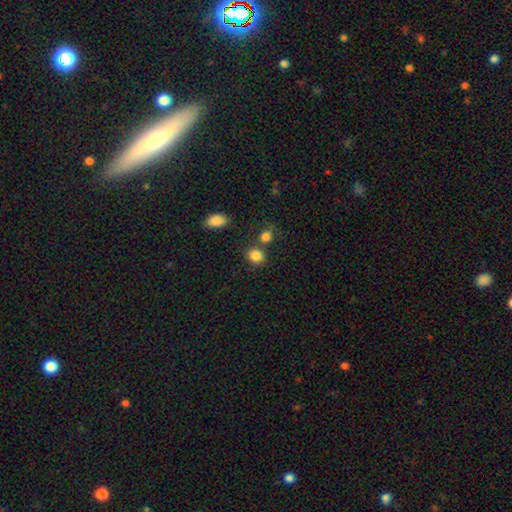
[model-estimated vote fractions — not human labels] A smooth galaxy with no disk features (85%) that is round (73%). Merging: none (68%).